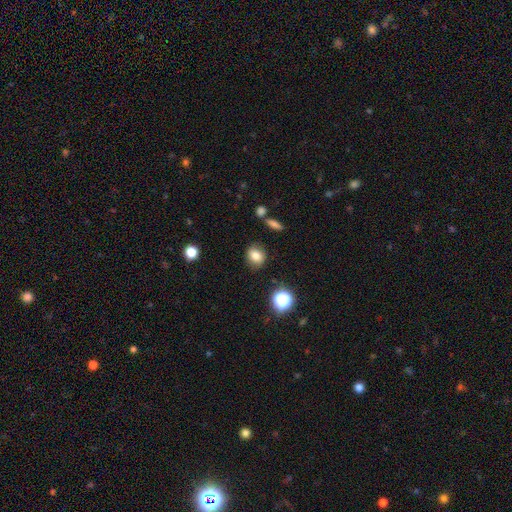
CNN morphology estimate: The model was most divided on "how rounded": round: 61%, in between: 37%, cigar-shaped: 1%. More confident: merging — none (84%); smooth or featured — smooth (79%).